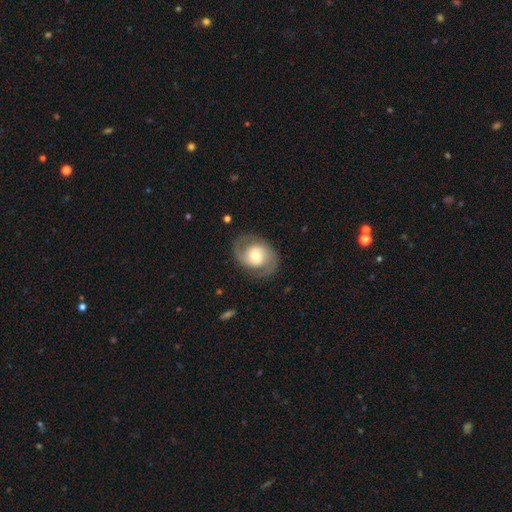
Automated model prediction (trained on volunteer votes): Overall: featured or disk (78%). Edge-on disk: no (97%). Bar: no (55%; weak 34%). Spiral arms: yes (91%). Spiral arm count: 2 (91%). Spiral winding: medium (52%; tight 29%). Bulge size: moderate (61%). Merging: none (81%).